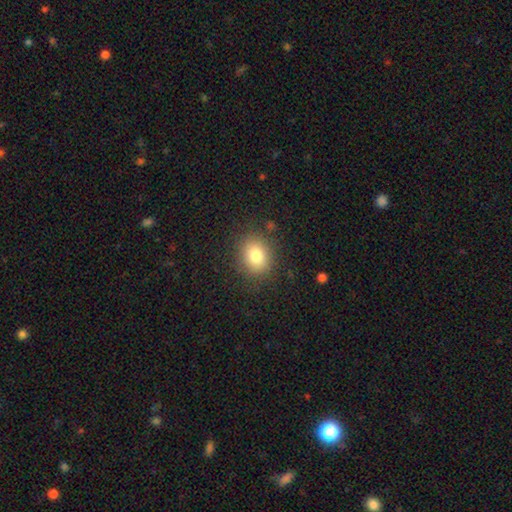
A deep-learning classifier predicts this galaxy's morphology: Smooth or featured?
  - smooth: 80% *
  - star or artifact: 11%
  - featured or disk: 9%
How rounded?
  - round: 56% *
  - in between: 43%
  - cigar-shaped: 1%
Merging?
  - none: 85% *
  - minor disturbance: 10%
  - major disturbance: 4%
  - merger: 1%